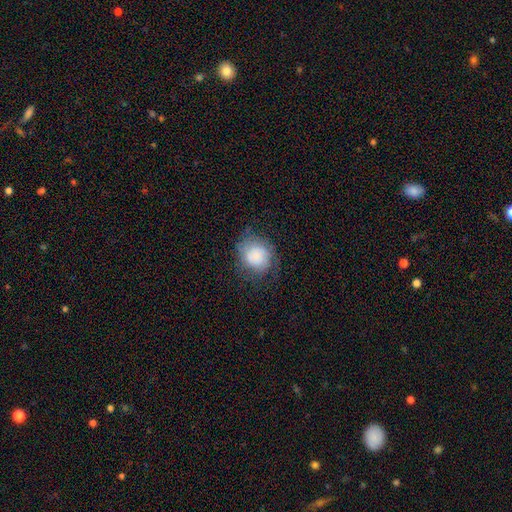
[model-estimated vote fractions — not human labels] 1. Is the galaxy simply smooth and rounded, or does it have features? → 67% smooth, 24% featured or disk, 9% star or artifact.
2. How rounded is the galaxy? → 78% round, 21% in between, 1% cigar-shaped.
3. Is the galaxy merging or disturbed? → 63% none, 22% minor disturbance, 13% major disturbance, 1% merger.